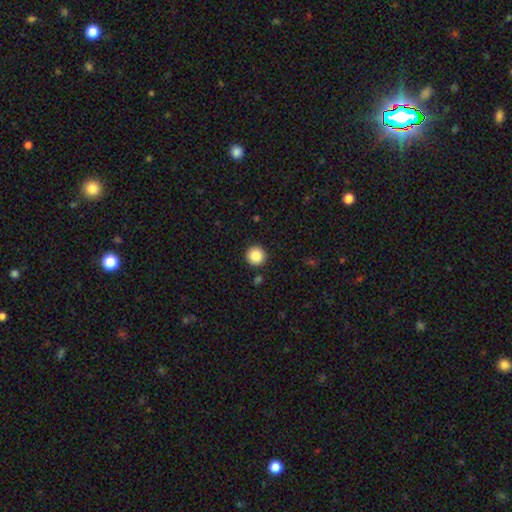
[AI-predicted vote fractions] Smooth or featured? Predicted: smooth (p=0.87). How rounded? Predicted: round (p=0.95). Merging? Predicted: none (p=0.91).